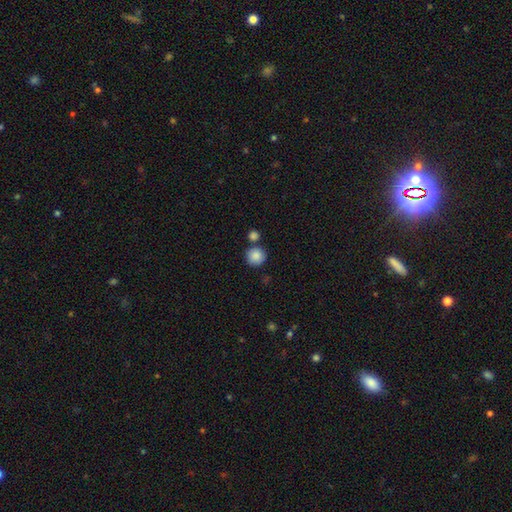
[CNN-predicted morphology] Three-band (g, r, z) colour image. It shows a smooth galaxy with no disk features (87%) that is round (93%). Merging: none (72%).